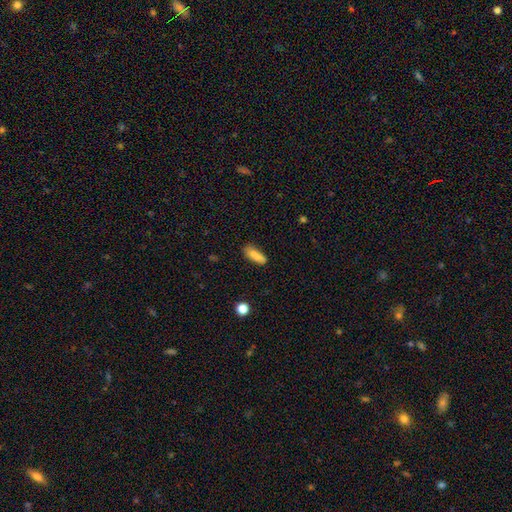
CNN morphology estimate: smooth-or-featured: smooth: 82% | featured or disk: 9% | star or artifact: 8%
  how-rounded: in between: 63% | cigar-shaped: 35% | round: 3%
  merging: none: 66% | minor disturbance: 21% | merger: 8% | major disturbance: 5%